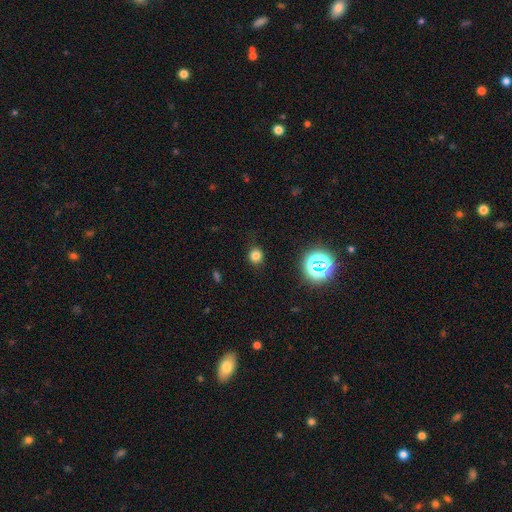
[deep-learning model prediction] smooth_or_featured: smooth (p=0.74) [alt: star or artifact p=0.19]
how_rounded: round (p=0.80) [alt: in between p=0.19]
merging: none (p=0.85) [alt: minor disturbance p=0.10]